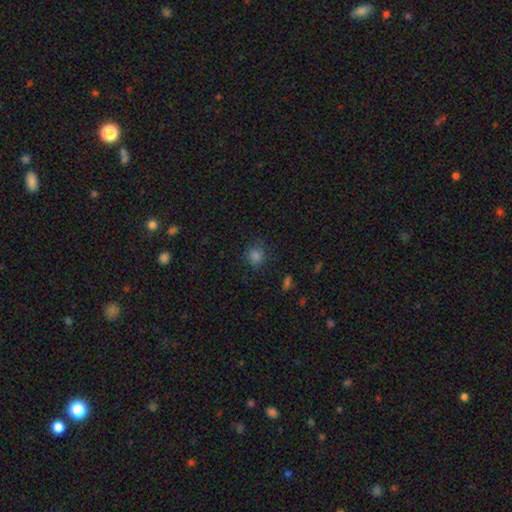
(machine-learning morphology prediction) This appears to be a smooth galaxy with no disk features (78%) that is round (86%). Merging: none (80%).